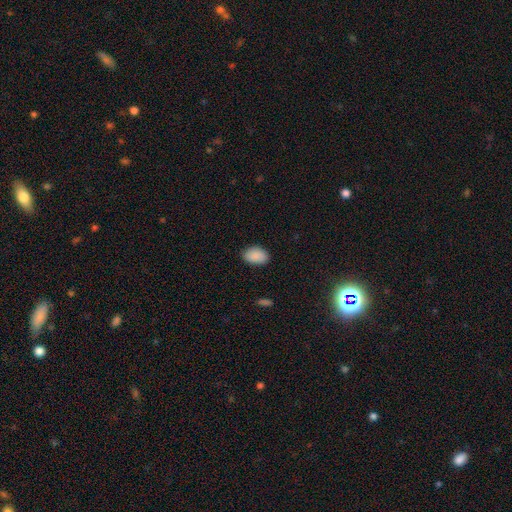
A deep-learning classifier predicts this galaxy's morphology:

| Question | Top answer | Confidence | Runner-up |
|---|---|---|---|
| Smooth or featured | smooth | 90% | star or artifact (7%) |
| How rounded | in between | 87% | round (11%) |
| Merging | none | 84% | minor disturbance (12%) |